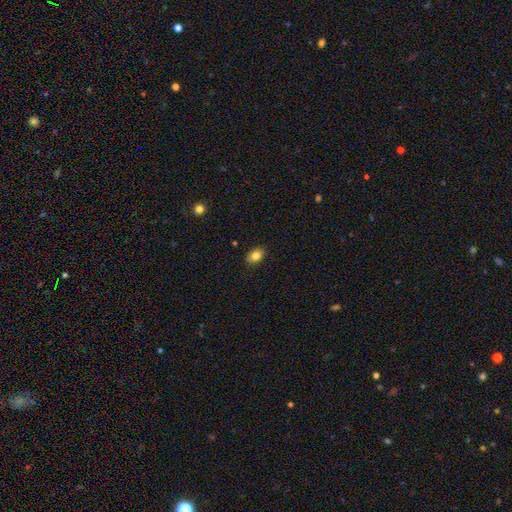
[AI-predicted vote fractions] This appears to be a smooth galaxy with no disk features (83%) that is in between round and cigar-shaped (82%). Merging: none (87%).